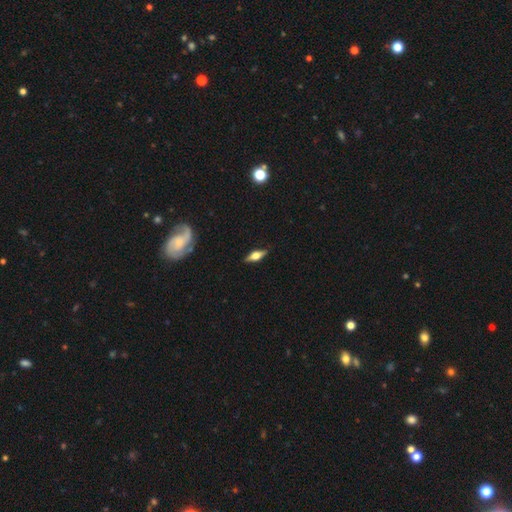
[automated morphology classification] Q: Smooth or featured?
A: featured or disk (58%); runner-up: smooth (35%)
Q: Edge-on disk?
A: yes (92%); runner-up: no (8%)
Q: Edge-on bulge?
A: rounded (91%); runner-up: boxy (7%)
Q: Merging?
A: none (86%); runner-up: minor disturbance (10%)